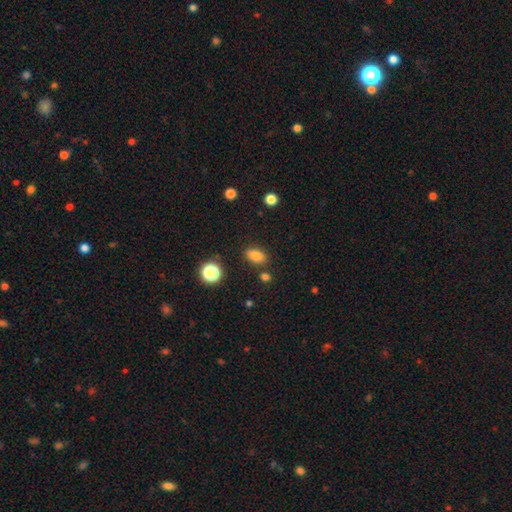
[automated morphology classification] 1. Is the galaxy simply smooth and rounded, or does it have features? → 82% smooth, 12% star or artifact, 6% featured or disk.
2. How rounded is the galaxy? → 84% in between, 13% round, 3% cigar-shaped.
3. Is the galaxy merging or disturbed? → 82% none, 10% minor disturbance, 4% merger, 3% major disturbance.